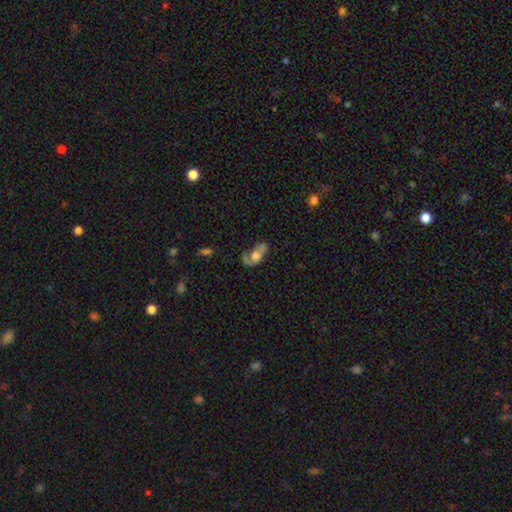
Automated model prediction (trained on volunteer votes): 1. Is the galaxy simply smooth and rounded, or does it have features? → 50% featured or disk, 41% smooth, 9% star or artifact.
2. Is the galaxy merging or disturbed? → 37% none, 30% major disturbance, 22% minor disturbance, 10% merger.